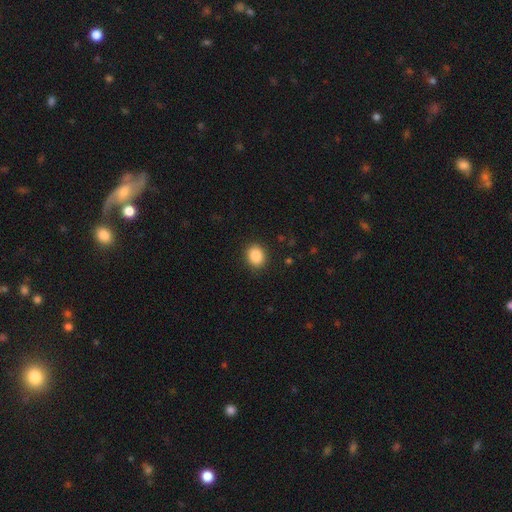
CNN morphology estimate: The model was most divided on "how rounded": round: 60%, in between: 39%, cigar-shaped: 1%. More confident: merging — none (89%); smooth or featured — smooth (88%).